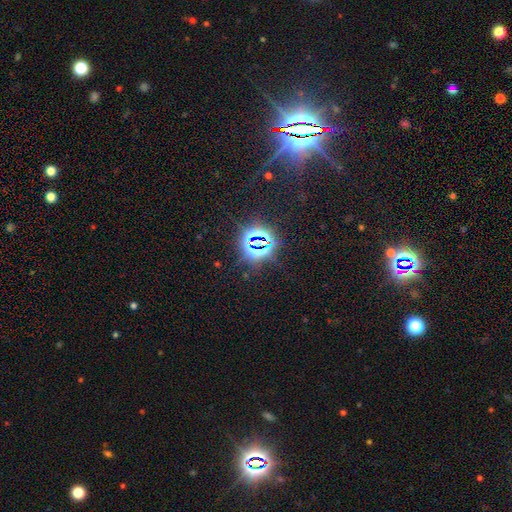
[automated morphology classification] Smooth or featured? star or artifact (84%)